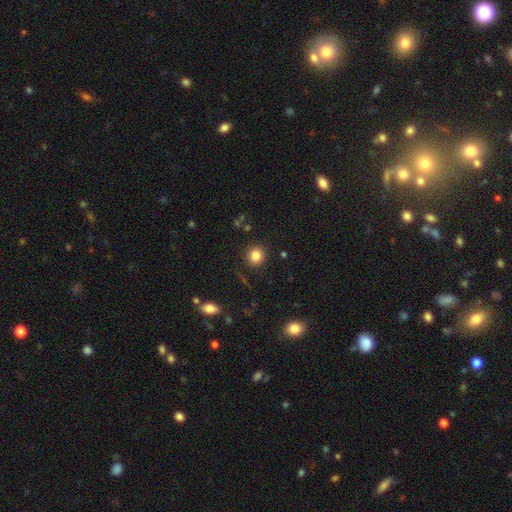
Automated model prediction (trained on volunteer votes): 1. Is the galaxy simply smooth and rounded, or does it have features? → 83% smooth, 11% star or artifact, 5% featured or disk.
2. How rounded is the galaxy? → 91% round, 8% in between, 1% cigar-shaped.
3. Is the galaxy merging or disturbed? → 89% none, 7% minor disturbance, 3% major disturbance, 2% merger.